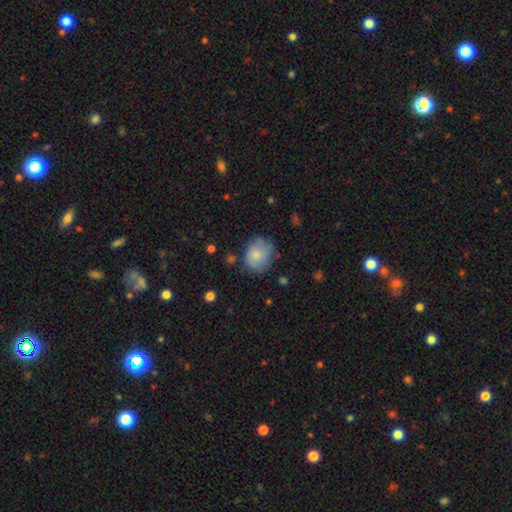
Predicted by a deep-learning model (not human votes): smooth_or_featured: smooth (p=0.75) [alt: featured or disk p=0.18]
how_rounded: round (p=0.62) [alt: in between p=0.37]
merging: none (p=0.58) [alt: minor disturbance p=0.27]